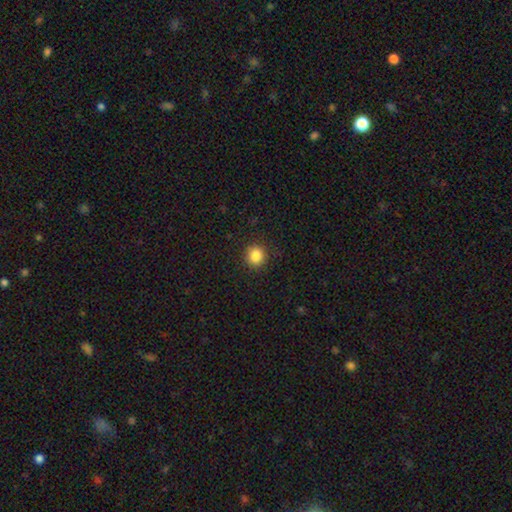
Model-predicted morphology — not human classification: smooth-or-featured: smooth: 86% | star or artifact: 10% | featured or disk: 4%
  how-rounded: round: 89% | in between: 10% | cigar-shaped: 1%
  merging: none: 90% | minor disturbance: 6% | major disturbance: 2% | merger: 1%